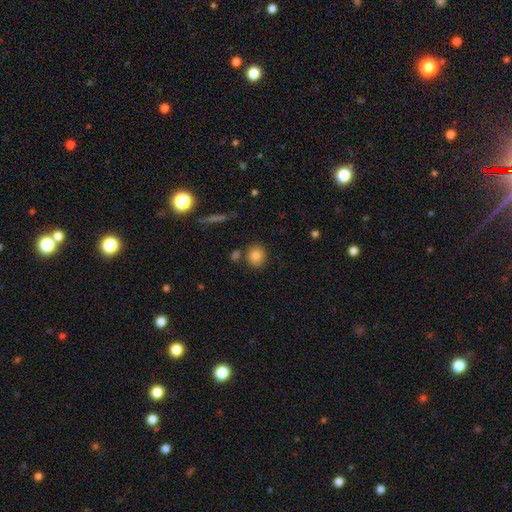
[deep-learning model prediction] Smooth or featured? smooth (83%)
How rounded? round (80%)
Merging? none (78%)